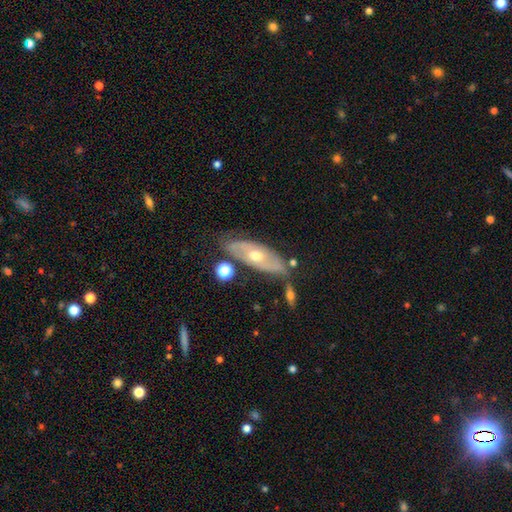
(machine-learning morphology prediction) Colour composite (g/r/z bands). It shows a featured or disk galaxy (70%) with no bar (77%), spiral arms (57%) and a moderate central bulge (68%). Merging: none (69%).